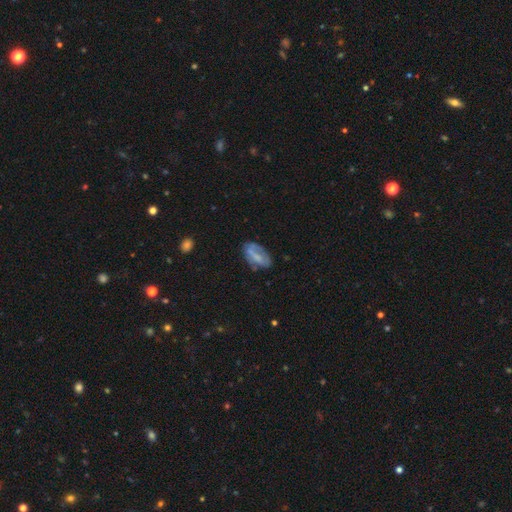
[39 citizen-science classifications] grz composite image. It shows a smooth galaxy with no disk features (62%) that is in between round and cigar-shaped (88%). Merging: none (59%).